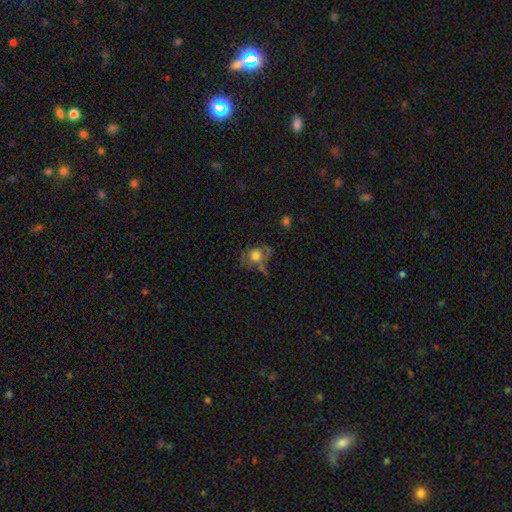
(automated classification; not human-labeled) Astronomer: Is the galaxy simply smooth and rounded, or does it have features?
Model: smooth — 63%.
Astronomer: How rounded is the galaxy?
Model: round — 54% (runner-up: in between, 44%).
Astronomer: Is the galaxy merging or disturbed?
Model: none — 42% (runner-up: minor disturbance, 27%).